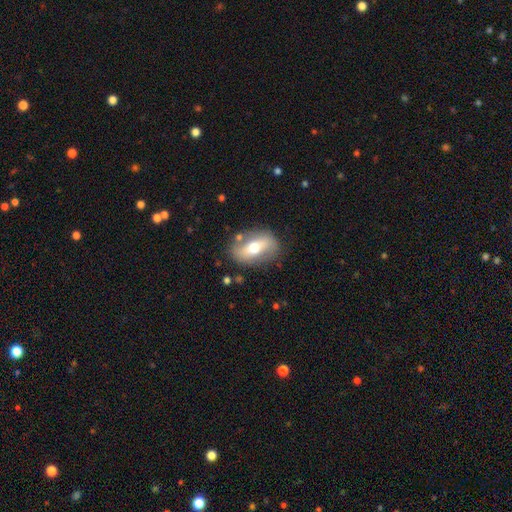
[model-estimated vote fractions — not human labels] A featured or disk galaxy (49%). Merging: none (79%).